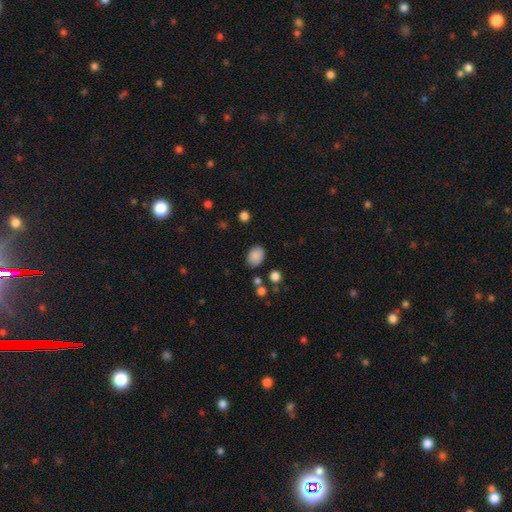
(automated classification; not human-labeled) smooth_or_featured: smooth (p=0.87) [alt: star or artifact p=0.09]
how_rounded: in between (p=0.72) [alt: round p=0.27]
merging: none (p=0.79) [alt: minor disturbance p=0.13]